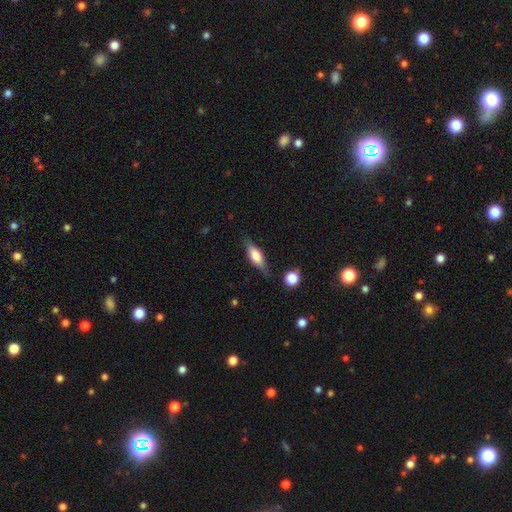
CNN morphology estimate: A smooth galaxy with no disk features (55%) that is in between round and cigar-shaped (53%).

Vote fractions:
- Smooth or featured? smooth: 55% / featured or disk: 38% / star or artifact: 7%
- How rounded? in between: 53% / cigar-shaped: 44% / round: 3%
- Merging? none: 76% / minor disturbance: 17% / major disturbance: 4% / merger: 4%